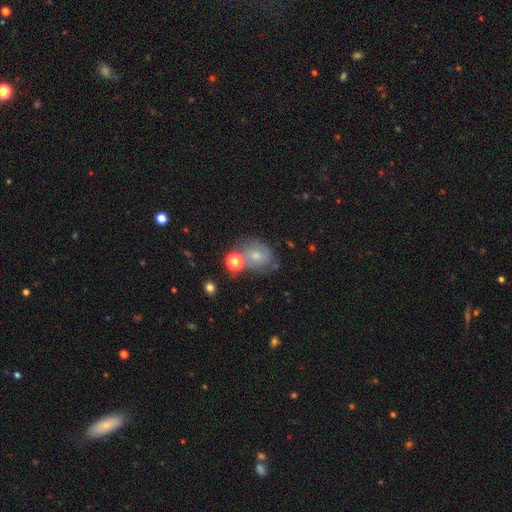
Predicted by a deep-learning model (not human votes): Smooth or featured? smooth (59%)
How rounded? round (62%)
Merging? none (53%)